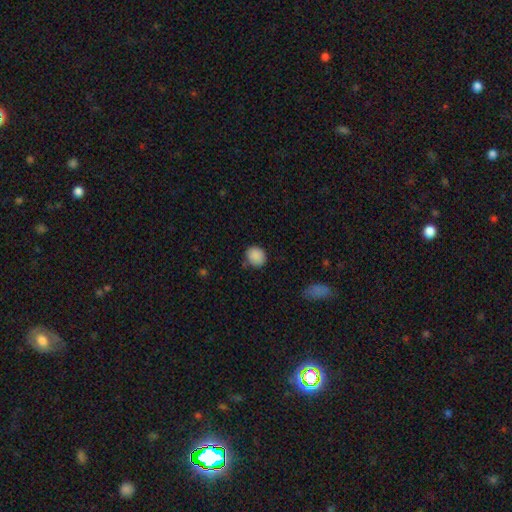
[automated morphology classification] The model was most divided on "how rounded": round: 71%, in between: 28%, cigar-shaped: 1%. More confident: smooth or featured — smooth (88%); merging — none (77%).